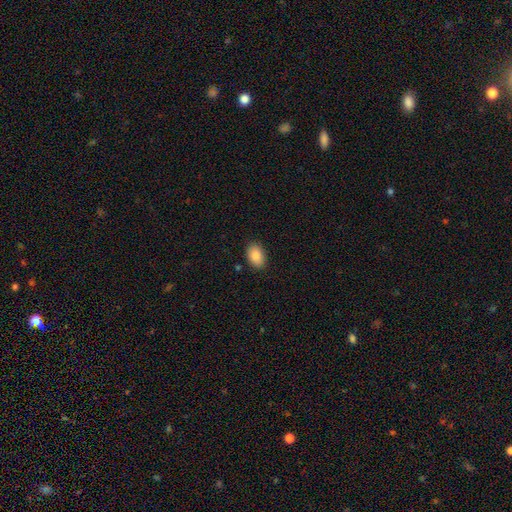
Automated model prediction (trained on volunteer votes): Morphology: type=smooth (89%); roundness=in between (87%); merging=none (87%).